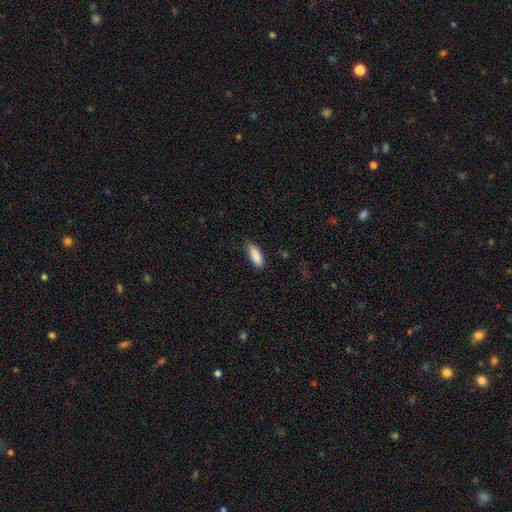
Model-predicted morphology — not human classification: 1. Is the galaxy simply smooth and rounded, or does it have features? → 88% smooth, 6% star or artifact, 5% featured or disk.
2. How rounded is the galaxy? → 64% in between, 34% cigar-shaped, 2% round.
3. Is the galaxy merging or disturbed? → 79% none, 17% minor disturbance, 3% major disturbance, 1% merger.